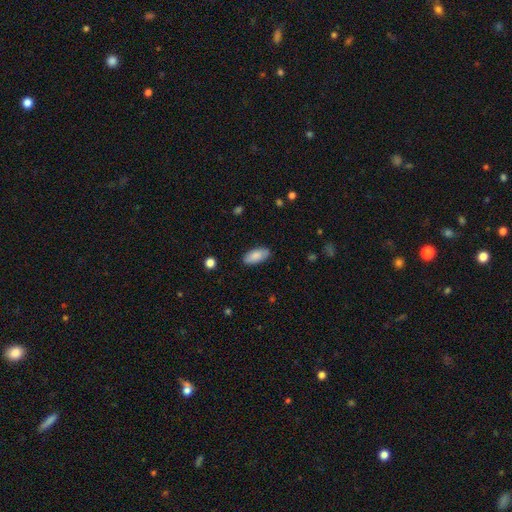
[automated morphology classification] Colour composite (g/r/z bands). It shows a smooth galaxy with no disk features (85%) that is in between round and cigar-shaped (91%). Merging: none (85%).